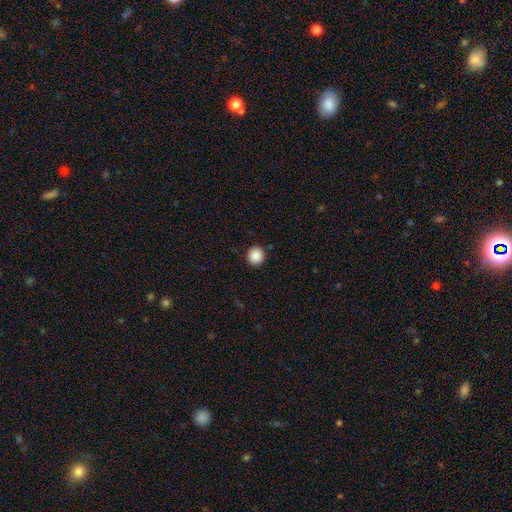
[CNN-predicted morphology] A smooth galaxy with no disk features (89%) that is round (93%).

Vote fractions:
- Smooth or featured? smooth: 89% / star or artifact: 9% / featured or disk: 2%
- How rounded? round: 93% / in between: 6% / cigar-shaped: 1%
- Merging? none: 92% / minor disturbance: 5% / major disturbance: 2% / merger: 1%